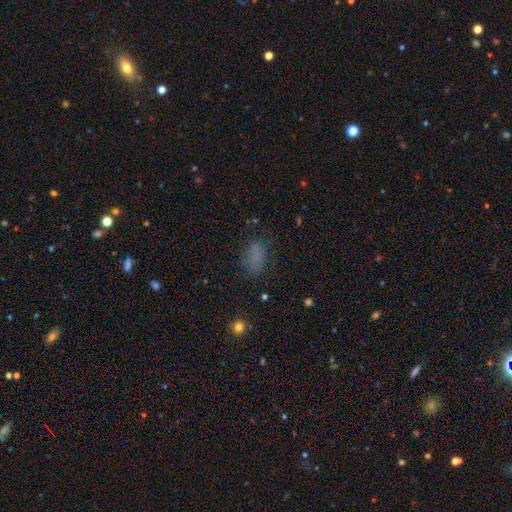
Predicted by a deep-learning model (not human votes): Smooth or featured: smooth — 72% (star or artifact — 19%)
How rounded: in between — 87% (round — 9%)
Merging: none — 69% (minor disturbance — 19%)